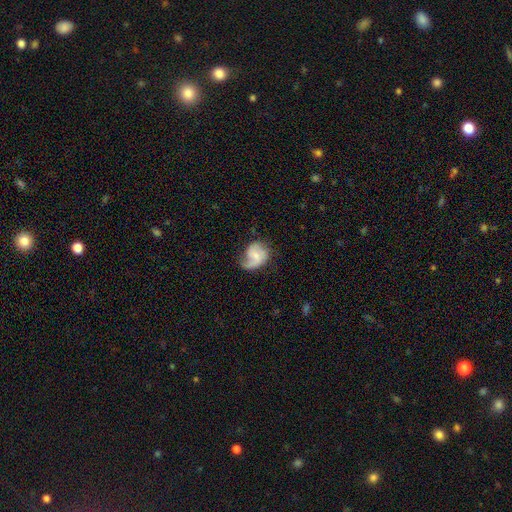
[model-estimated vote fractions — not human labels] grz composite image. It shows a featured or disk galaxy (65%) with no bar (55%), 2 (47%) loose (42%) spiral arms (91%) and a small central bulge (50%). Merging: none (46%).